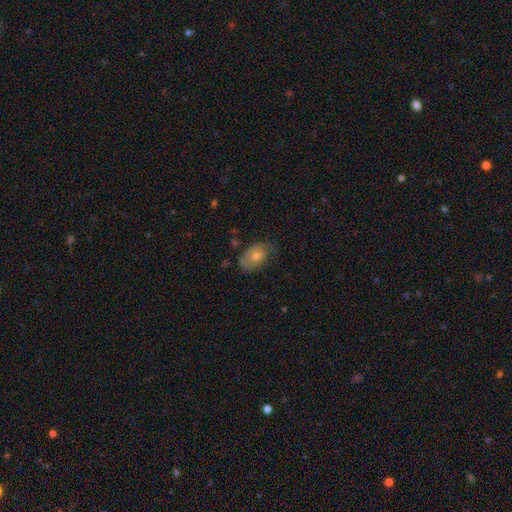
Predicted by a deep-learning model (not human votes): Morphology: type=featured or disk (49%); merging=none (61%).